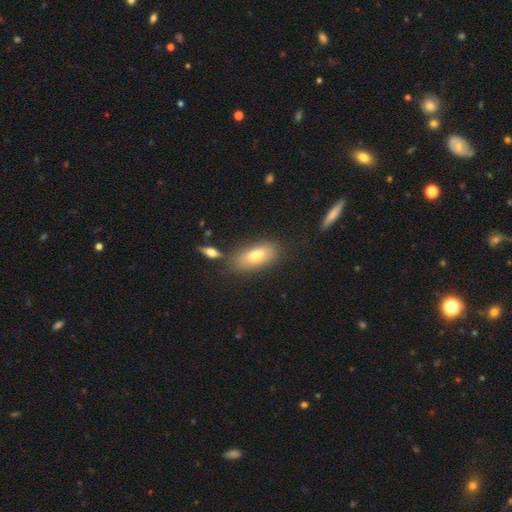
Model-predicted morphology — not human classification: smooth-or-featured: smooth: 74% | featured or disk: 18% | star or artifact: 8%
  how-rounded: in between: 83% | cigar-shaped: 14% | round: 3%
  merging: none: 73% | minor disturbance: 14% | merger: 9% | major disturbance: 4%